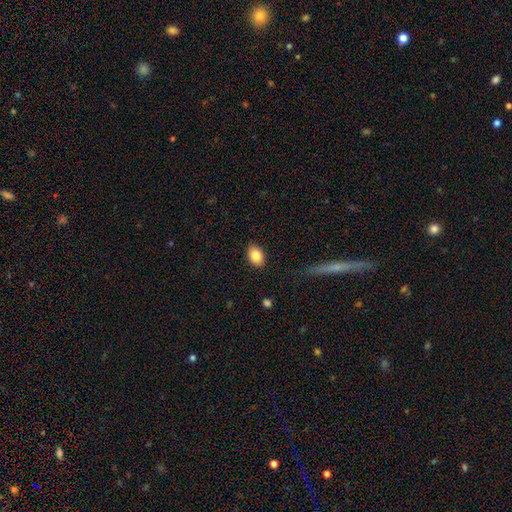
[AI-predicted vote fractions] Smooth or featured? Predicted: smooth (p=0.85). How rounded? Predicted: in between (p=0.78). Merging? Predicted: none (p=0.88).